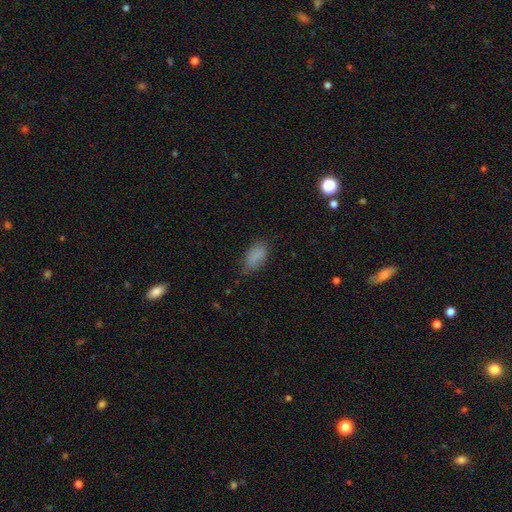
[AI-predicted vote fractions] This appears to be a smooth galaxy with no disk features (85%) that is in between round and cigar-shaped (92%). Merging: none (73%).